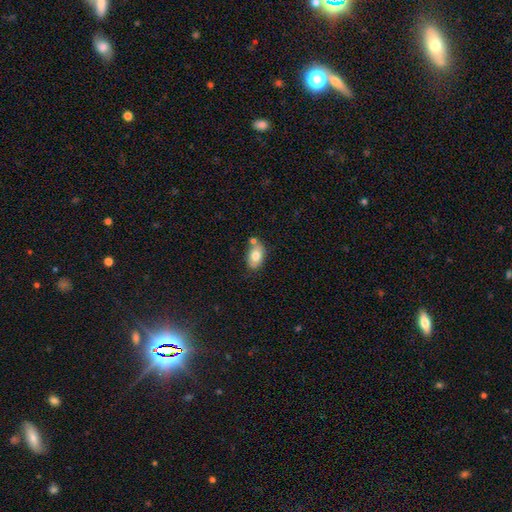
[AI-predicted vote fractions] Q: Smooth or featured?
A: smooth (77%); runner-up: featured or disk (16%)
Q: How rounded?
A: in between (88%); runner-up: round (10%)
Q: Merging?
A: none (62%); runner-up: merger (18%)